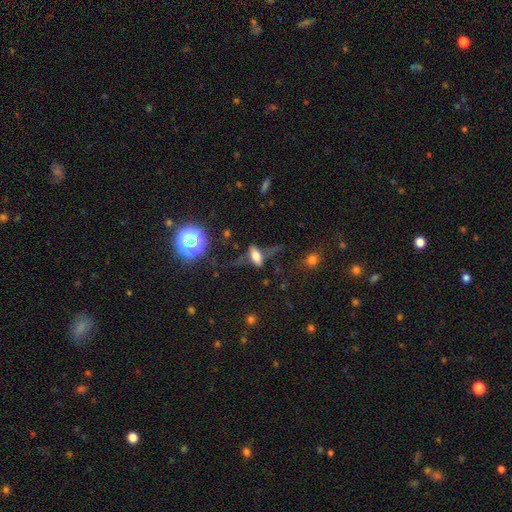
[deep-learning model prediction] smooth-or-featured: smooth: 43% | featured or disk: 41% | star or artifact: 16%
  merging: none: 52% | major disturbance: 22% | minor disturbance: 21% | merger: 5%